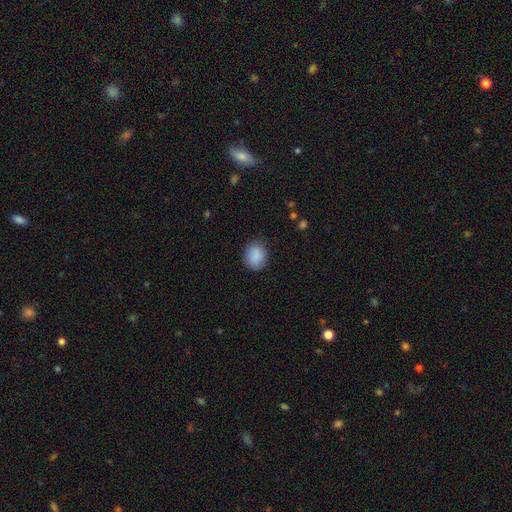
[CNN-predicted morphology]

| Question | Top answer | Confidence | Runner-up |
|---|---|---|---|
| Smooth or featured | smooth | 88% | star or artifact (8%) |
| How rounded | round | 64% | in between (35%) |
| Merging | none | 83% | minor disturbance (12%) |